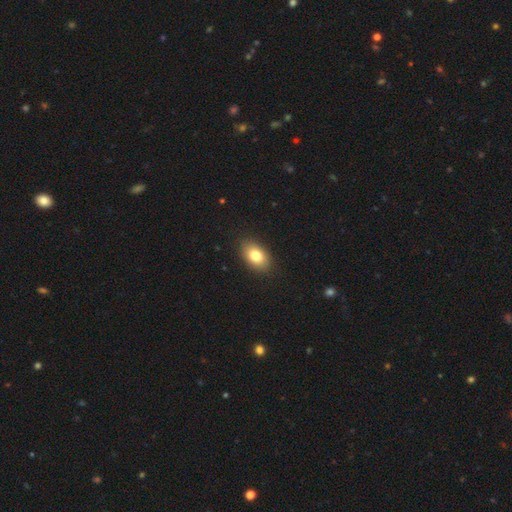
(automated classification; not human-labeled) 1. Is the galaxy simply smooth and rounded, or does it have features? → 82% smooth, 10% featured or disk, 8% star or artifact.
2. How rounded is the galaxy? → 89% in between, 10% round, 2% cigar-shaped.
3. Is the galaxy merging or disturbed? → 88% none, 9% minor disturbance, 2% major disturbance, 1% merger.